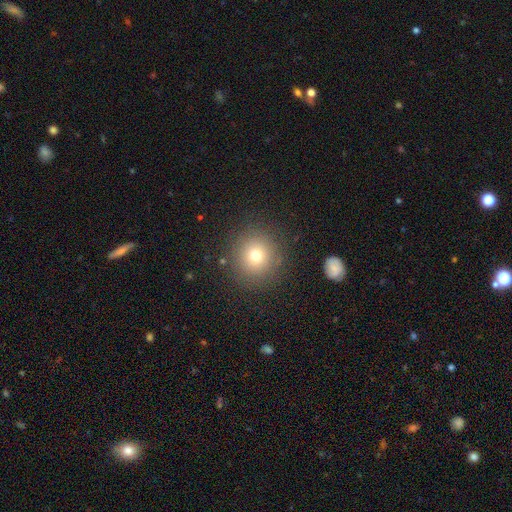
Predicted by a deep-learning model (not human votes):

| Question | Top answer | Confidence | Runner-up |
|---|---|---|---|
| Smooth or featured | smooth | 73% | star or artifact (15%) |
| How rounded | round | 93% | in between (6%) |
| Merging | none | 87% | minor disturbance (7%) |